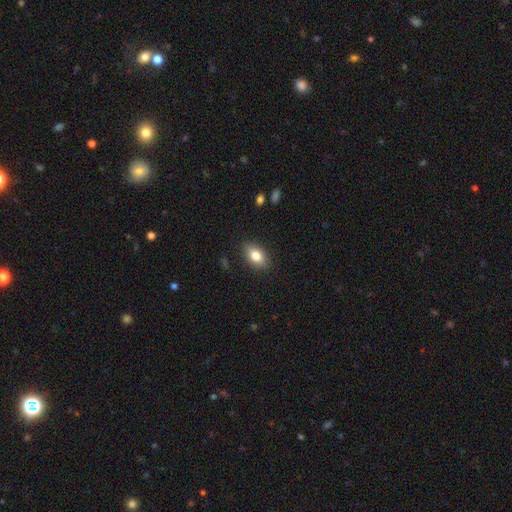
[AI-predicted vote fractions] A smooth galaxy with no disk features (81%) that is in between round and cigar-shaped (88%).

Vote fractions:
- Smooth or featured? smooth: 81% / featured or disk: 11% / star or artifact: 8%
- How rounded? in between: 88% / round: 10% / cigar-shaped: 3%
- Merging? none: 87% / minor disturbance: 10% / major disturbance: 2% / merger: 1%